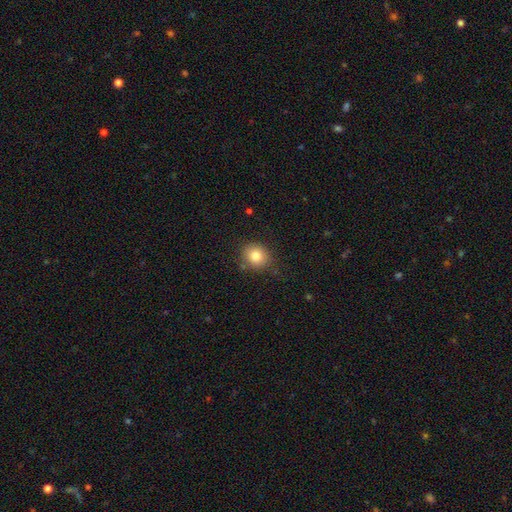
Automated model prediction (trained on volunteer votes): Q: Smooth or featured?
A: smooth (82%); runner-up: star or artifact (10%)
Q: How rounded?
A: round (74%); runner-up: in between (26%)
Q: Merging?
A: none (82%); runner-up: minor disturbance (13%)